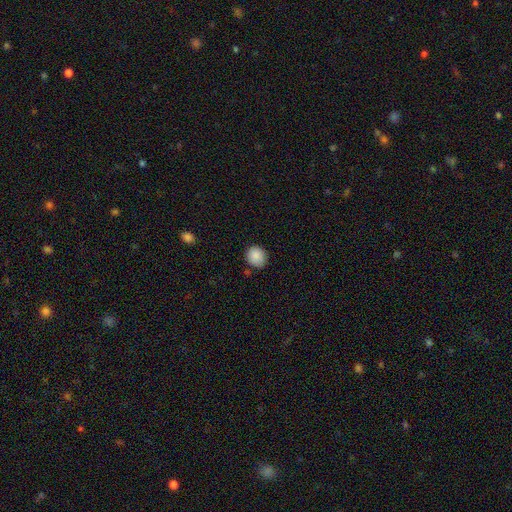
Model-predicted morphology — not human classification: This is clearly a smooth galaxy (88%). How rounded: likely round (78%). Merging: likely none (80%).